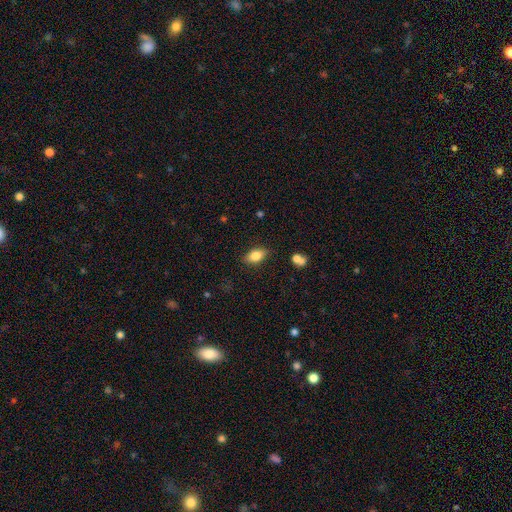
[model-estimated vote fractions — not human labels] Morphology: type=smooth (82%); roundness=in between (89%); merging=none (85%).